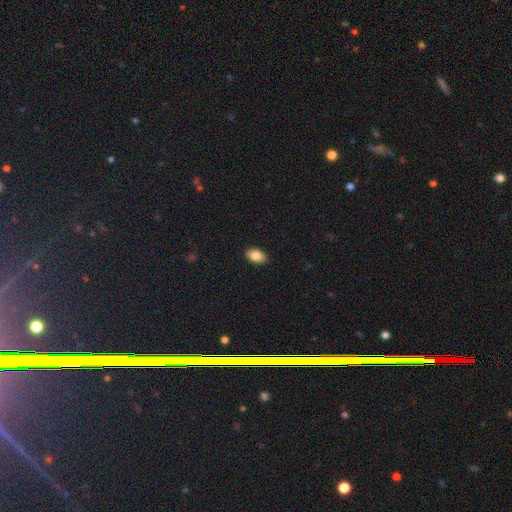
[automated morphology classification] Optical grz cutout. It shows a smooth galaxy with no disk features (85%) that is in between round and cigar-shaped (90%). Merging: none (89%).